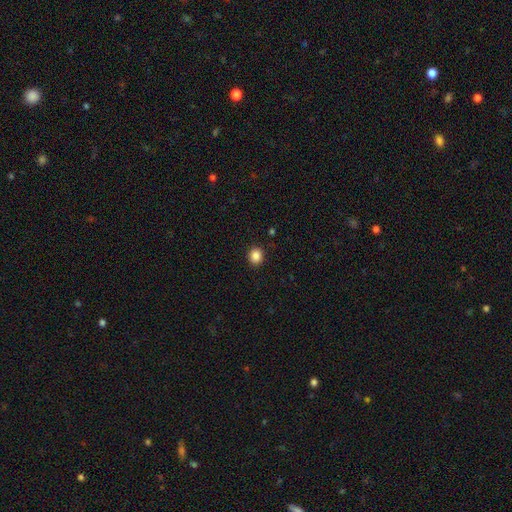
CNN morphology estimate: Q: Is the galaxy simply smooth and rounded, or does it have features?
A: smooth — 86%.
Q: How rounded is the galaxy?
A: round — 81%.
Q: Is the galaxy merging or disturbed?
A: none — 92%.